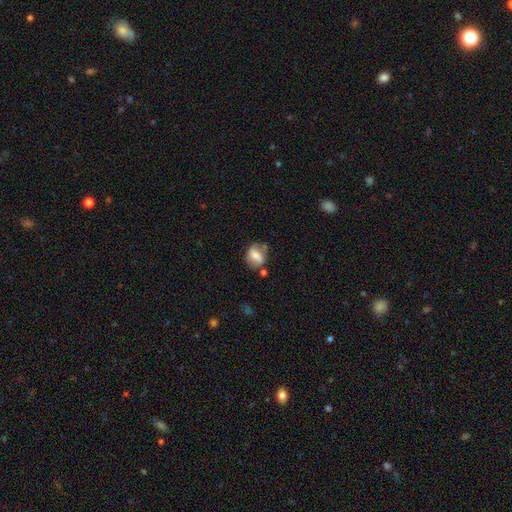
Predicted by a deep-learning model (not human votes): This appears to be a smooth galaxy with no disk features (50%) that is in between round and cigar-shaped (52%). Merging: none (61%).